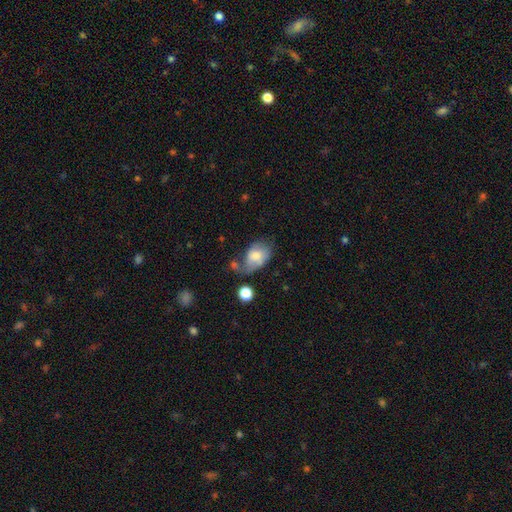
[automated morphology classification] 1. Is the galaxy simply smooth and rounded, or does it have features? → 62% smooth, 30% featured or disk, 8% star or artifact.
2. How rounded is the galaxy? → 82% in between, 16% round, 1% cigar-shaped.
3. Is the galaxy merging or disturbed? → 29% none (tied), 29% minor disturbance (tied), 25% major disturbance, 17% merger.